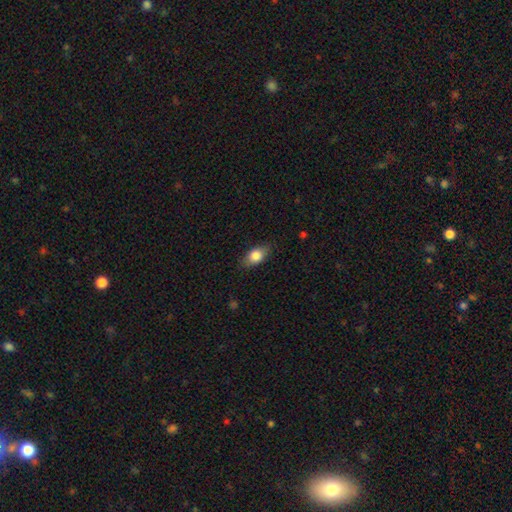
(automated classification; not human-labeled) This appears to be a smooth galaxy with no disk features (79%) that is in between round and cigar-shaped (84%). Merging: none (80%).